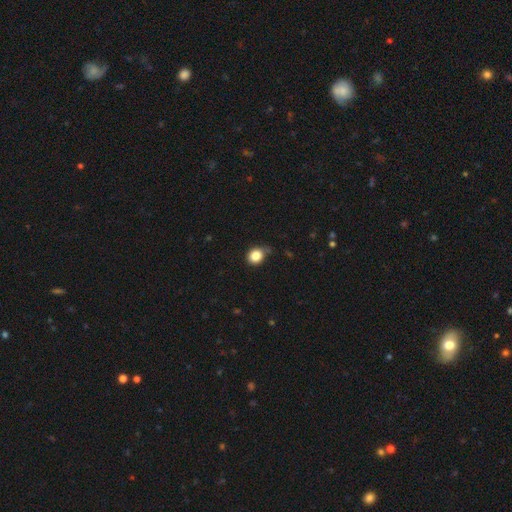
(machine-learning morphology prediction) Smooth or featured: smooth — 84% (star or artifact — 10%)
How rounded: round — 69% (in between — 31%)
Merging: none — 63% (minor disturbance — 28%)